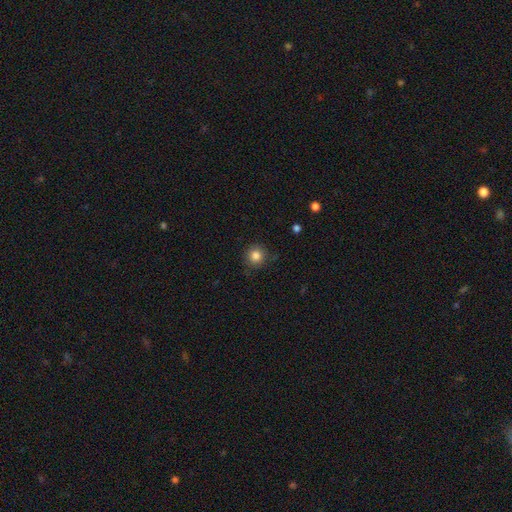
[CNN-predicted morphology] Smooth or featured?
  - smooth: 83% *
  - star or artifact: 11%
  - featured or disk: 6%
How rounded?
  - round: 94% *
  - in between: 5%
  - cigar-shaped: 1%
Merging?
  - none: 87% *
  - minor disturbance: 9%
  - major disturbance: 2%
  - merger: 1%